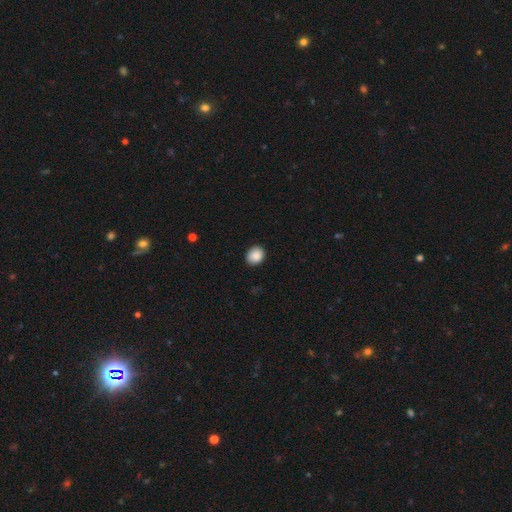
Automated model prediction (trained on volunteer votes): smooth 88%, star or artifact 8%, featured or disk 4%. Down the decision tree: how rounded — round (55%); merging — none (89%).